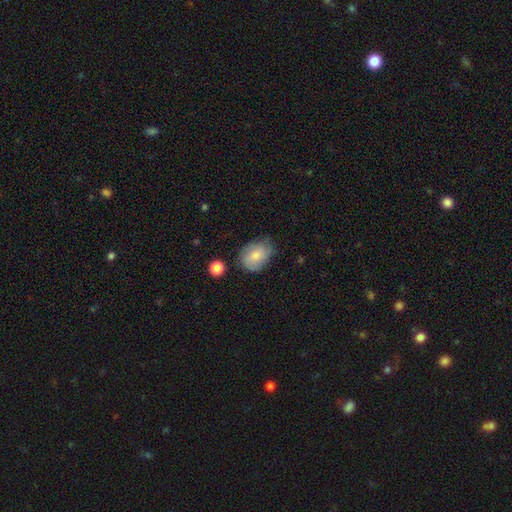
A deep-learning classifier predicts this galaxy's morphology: type=smooth (73%); roundness=in between (67%); merging=none (61%).